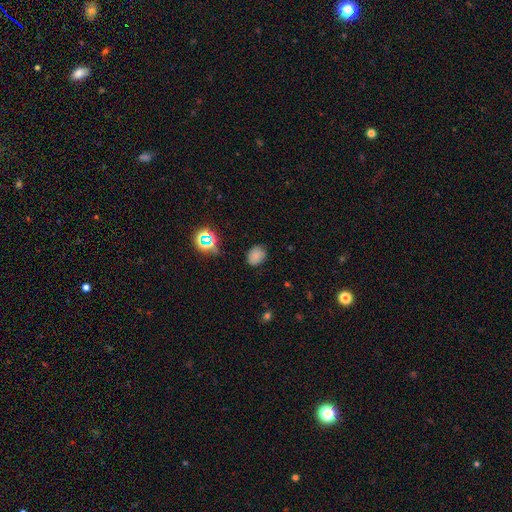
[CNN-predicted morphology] This is likely a smooth galaxy (75%). How rounded: possibly in between (54%). Merging: likely none (79%).